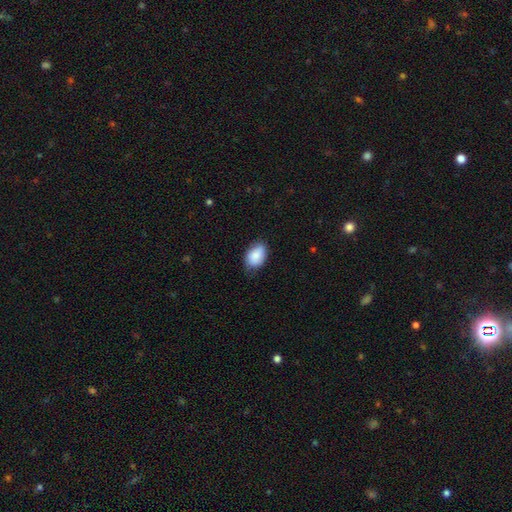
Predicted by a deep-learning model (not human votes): A smooth galaxy with no disk features (87%) that is in between round and cigar-shaped (87%). Merging: none (74%).